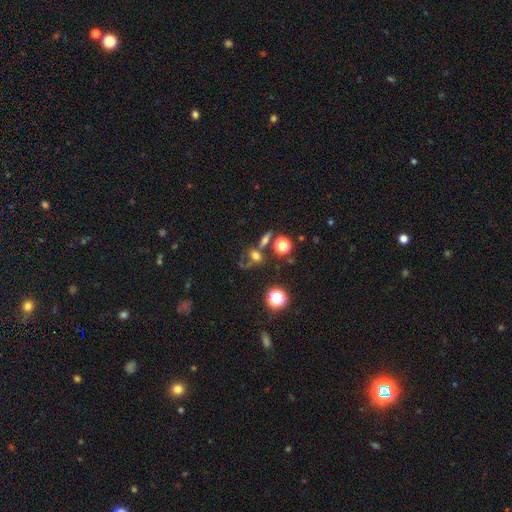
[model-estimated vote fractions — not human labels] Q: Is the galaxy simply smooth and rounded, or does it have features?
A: smooth — 51%.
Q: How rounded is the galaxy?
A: round — 55%.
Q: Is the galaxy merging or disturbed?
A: none — 46%.